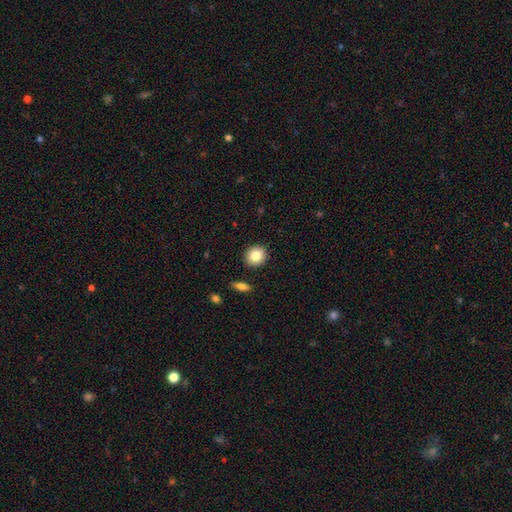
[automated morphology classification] Smooth or featured?
  - smooth: 83% *
  - featured or disk: 9%
  - star or artifact: 8%
How rounded?
  - round: 82% *
  - in between: 17%
  - cigar-shaped: 1%
Merging?
  - none: 91% *
  - minor disturbance: 6%
  - merger: 2%
  - major disturbance: 2%